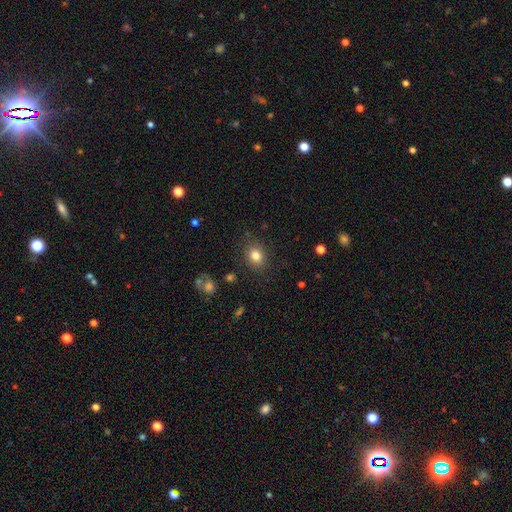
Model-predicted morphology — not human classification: This appears to be a smooth galaxy with no disk features (81%) that is round (52%). Merging: none (85%).